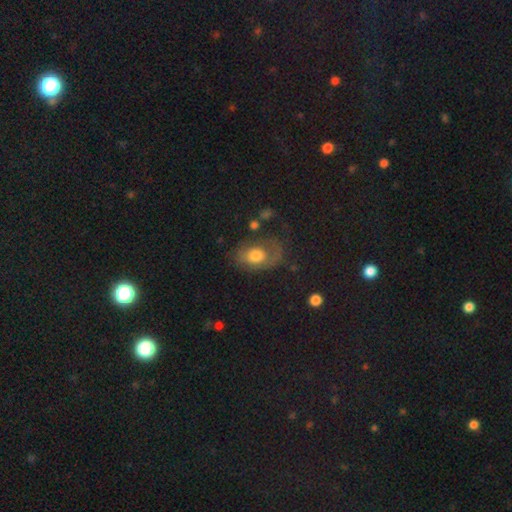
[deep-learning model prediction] Smooth or featured: smooth — 52% (featured or disk — 38%)
How rounded: in between — 78% (round — 20%)
Merging: none — 53% (minor disturbance — 23%)